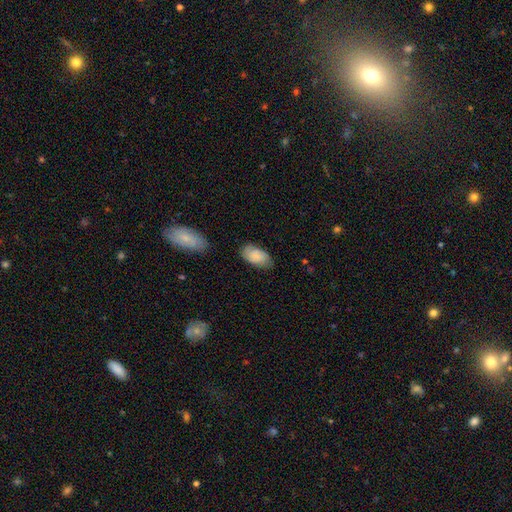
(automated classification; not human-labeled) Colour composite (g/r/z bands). It shows a smooth galaxy with no disk features (79%) that is in between round and cigar-shaped (94%). Merging: none (73%).